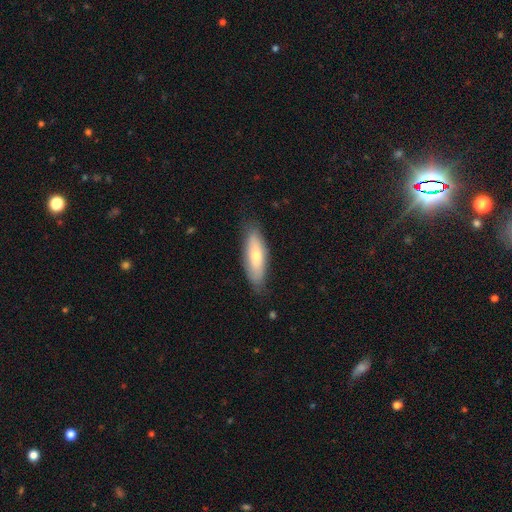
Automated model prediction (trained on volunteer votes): smooth-or-featured: smooth: 67% | featured or disk: 28% | star or artifact: 6%
  how-rounded: in between: 52% | cigar-shaped: 46% | round: 2%
  merging: none: 82% | minor disturbance: 14% | major disturbance: 3% | merger: 1%